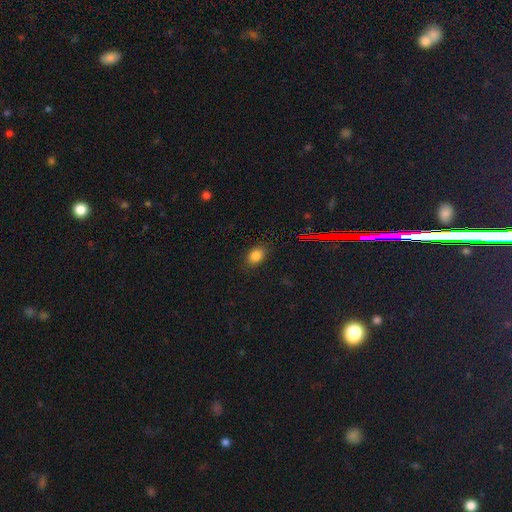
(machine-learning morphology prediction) Smooth or featured? smooth (81%)
How rounded? in between (79%)
Merging? none (86%)